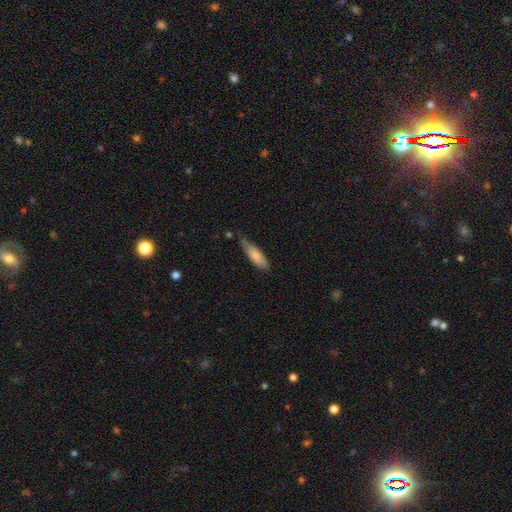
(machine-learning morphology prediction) A smooth galaxy with no disk features (81%) that is cigar-shaped (55%).

Vote fractions:
- Smooth or featured? smooth: 81% / featured or disk: 14% / star or artifact: 6%
- How rounded? cigar-shaped: 55% / in between: 44% / round: 2%
- Merging? none: 60% / minor disturbance: 31% / major disturbance: 6% / merger: 4%